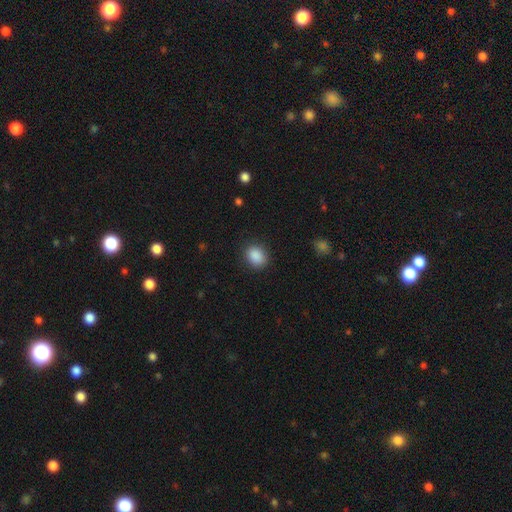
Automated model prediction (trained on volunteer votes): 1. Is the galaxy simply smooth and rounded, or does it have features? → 89% smooth, 8% star or artifact, 3% featured or disk.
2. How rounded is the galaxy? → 52% in between, 47% round, 1% cigar-shaped.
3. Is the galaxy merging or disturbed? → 86% none, 10% minor disturbance, 3% major disturbance, 1% merger.